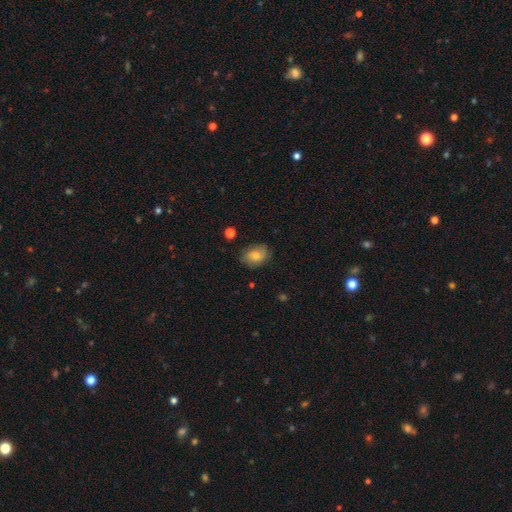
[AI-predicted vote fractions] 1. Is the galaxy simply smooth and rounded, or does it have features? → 76% smooth, 16% featured or disk, 8% star or artifact.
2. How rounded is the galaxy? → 74% in between, 25% round, 1% cigar-shaped.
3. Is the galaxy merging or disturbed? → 77% none, 18% minor disturbance, 4% major disturbance, 1% merger.